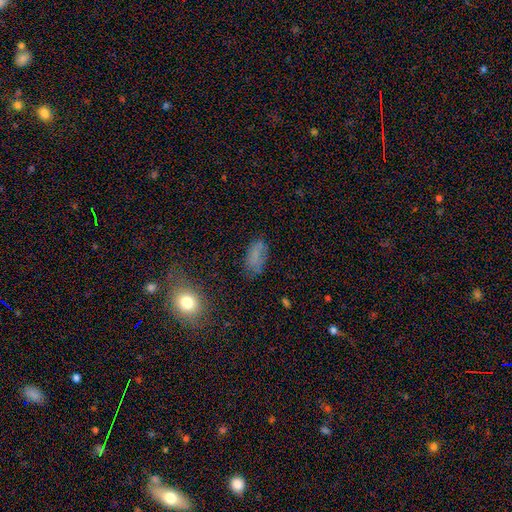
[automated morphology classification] This appears to be a smooth galaxy with no disk features (70%) that is in between round and cigar-shaped (90%). Merging: none (65%).